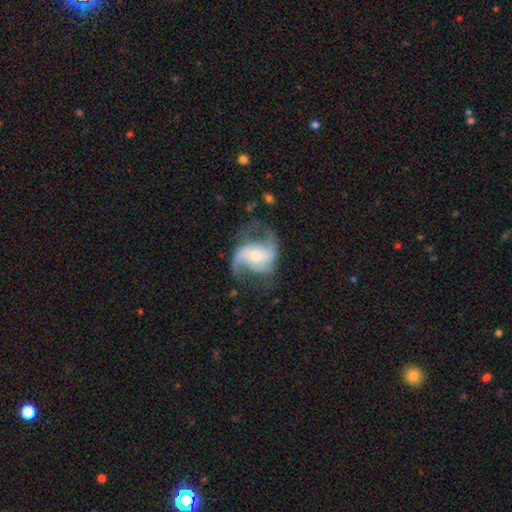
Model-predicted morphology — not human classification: smooth_or_featured: featured or disk (p=0.88) [alt: smooth p=0.07]
disk_edge_on: no (p=0.97) [alt: yes p=0.03]
bar: weak (p=0.39) [alt: no p=0.32]
has_spiral_arms: yes (p=0.96) [alt: no p=0.04]
spiral_winding: loose (p=0.51) [alt: medium p=0.41]
spiral_arm_count: 2 (p=0.87) [alt: 3 p=0.04]
bulge_size: moderate (p=0.49) [alt: small p=0.46]
merging: none (p=0.67) [alt: minor disturbance p=0.17]